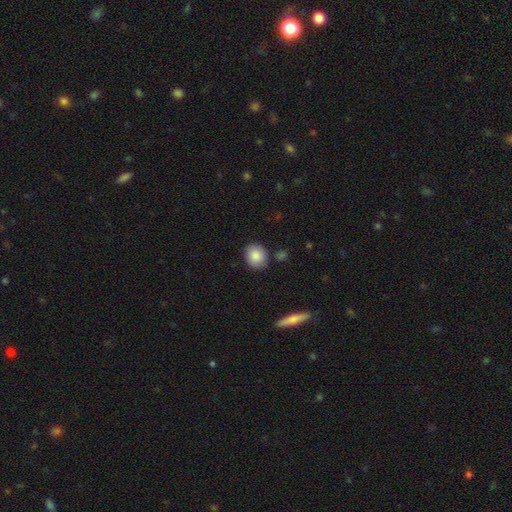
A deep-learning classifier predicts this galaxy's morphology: smooth-or-featured: smooth: 87% | star or artifact: 7% | featured or disk: 6%
  how-rounded: round: 63% | in between: 36% | cigar-shaped: 1%
  merging: none: 84% | minor disturbance: 11% | merger: 3% | major disturbance: 2%